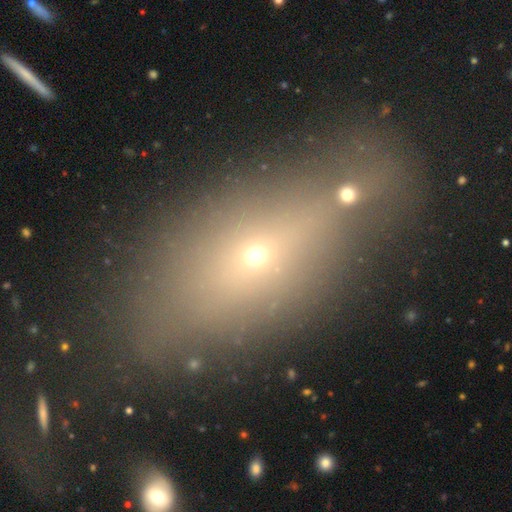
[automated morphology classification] type=smooth (53%); roundness=in between (69%); merging=none (59%).